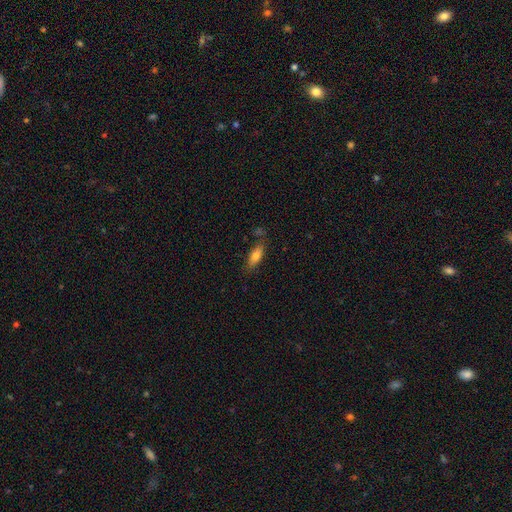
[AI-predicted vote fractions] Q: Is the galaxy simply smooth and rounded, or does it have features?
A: smooth — 74%.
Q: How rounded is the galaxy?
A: in between — 63%.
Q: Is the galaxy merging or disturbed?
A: none — 75%.